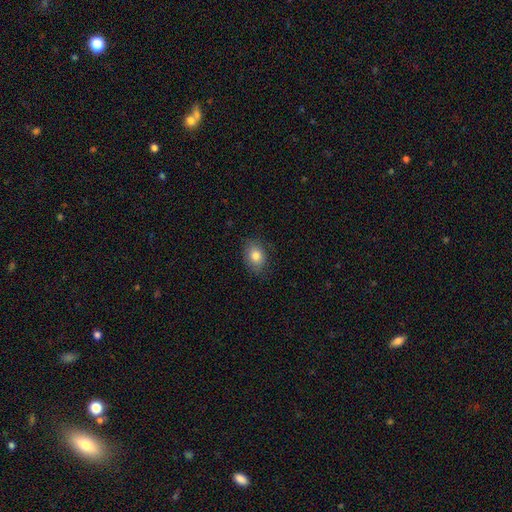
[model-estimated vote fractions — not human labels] Q: Smooth or featured?
A: smooth (82%); runner-up: featured or disk (9%)
Q: How rounded?
A: in between (73%); runner-up: round (26%)
Q: Merging?
A: none (82%); runner-up: minor disturbance (14%)